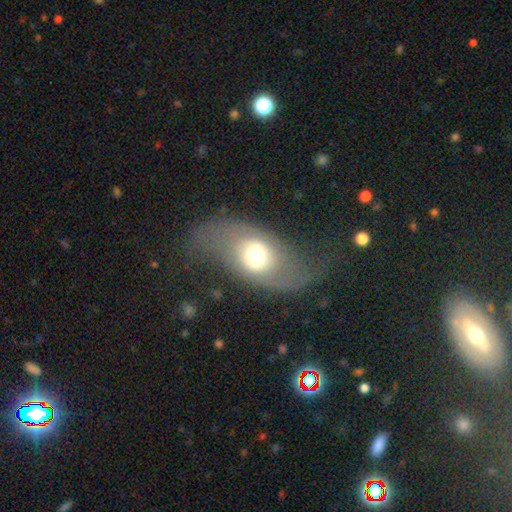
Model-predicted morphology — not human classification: A featured or disk galaxy (51%). Merging: none (53%).